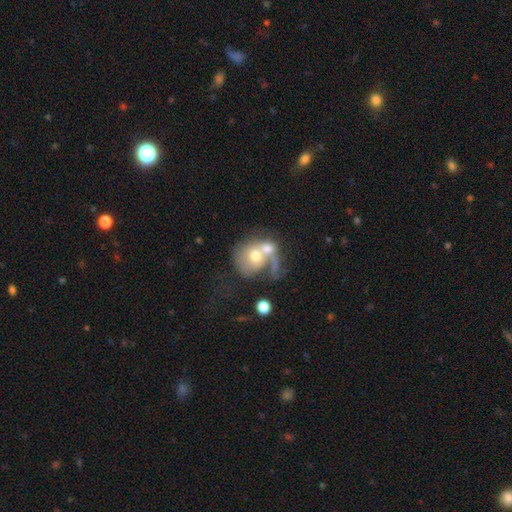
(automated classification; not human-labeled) smooth-or-featured: smooth: 50% | featured or disk: 42% | star or artifact: 8%
  how-rounded: round: 69% | in between: 29% | cigar-shaped: 1%
  merging: merger: 63% | major disturbance: 15% | none: 14% | minor disturbance: 8%